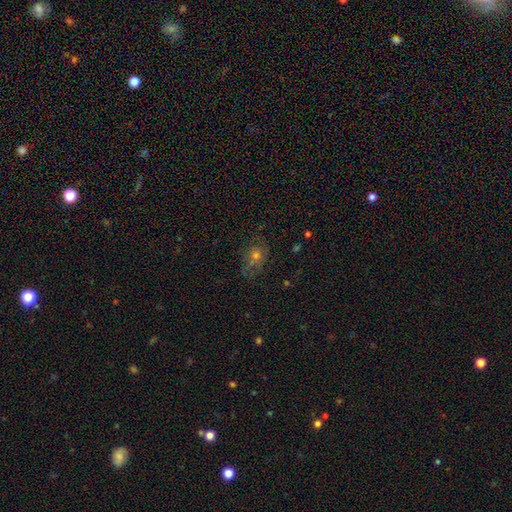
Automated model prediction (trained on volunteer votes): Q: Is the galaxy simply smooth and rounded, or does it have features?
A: smooth — 46%.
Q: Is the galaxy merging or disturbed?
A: none — 61%.